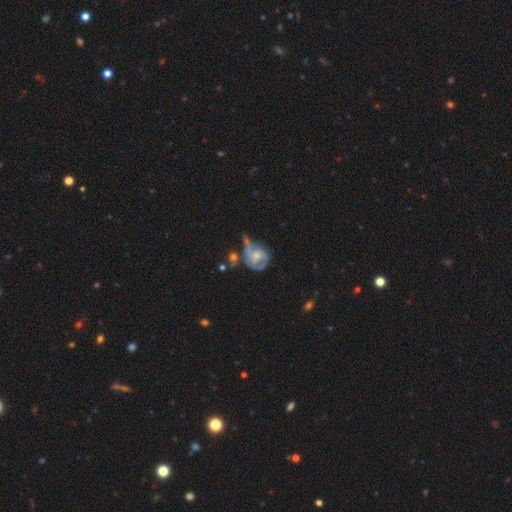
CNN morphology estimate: This appears to be a featured or disk galaxy (66%) with no bar (73%), spiral arms (73%) and a moderate central bulge (50%). Merging: major disturbance (29%).